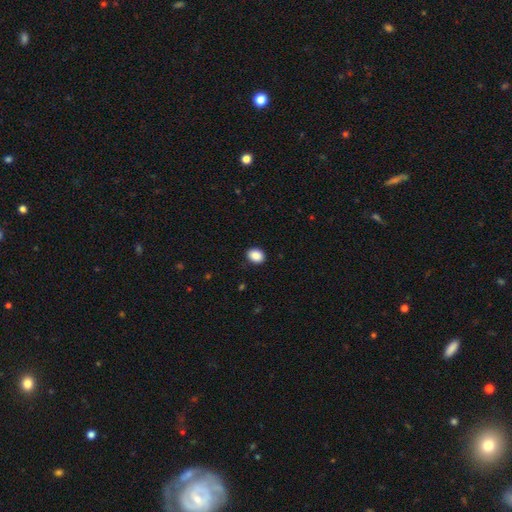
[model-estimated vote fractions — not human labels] This is clearly a smooth galaxy (89%). How rounded: possibly in between (51%). Merging: clearly none (90%).